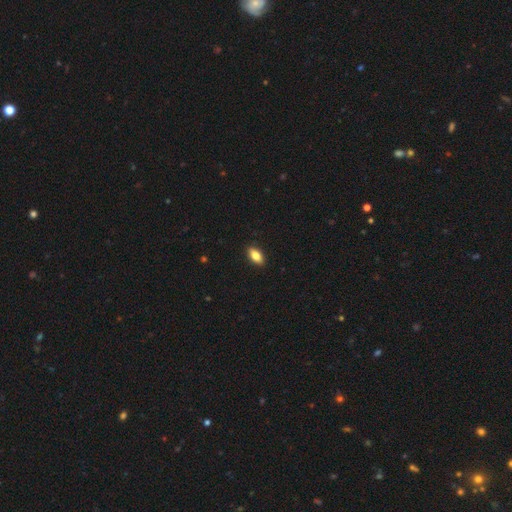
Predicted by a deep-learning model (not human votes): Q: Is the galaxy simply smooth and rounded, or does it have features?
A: smooth — 83%.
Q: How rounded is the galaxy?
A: in between — 90%.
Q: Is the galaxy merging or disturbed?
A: none — 90%.